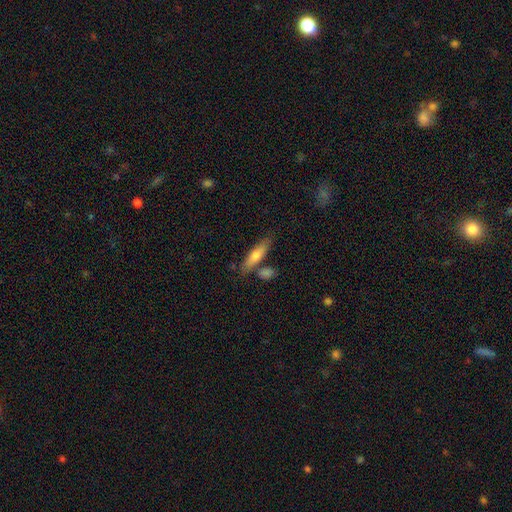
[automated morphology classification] A smooth galaxy with no disk features (66%) that is cigar-shaped (69%). Merging: none (72%).